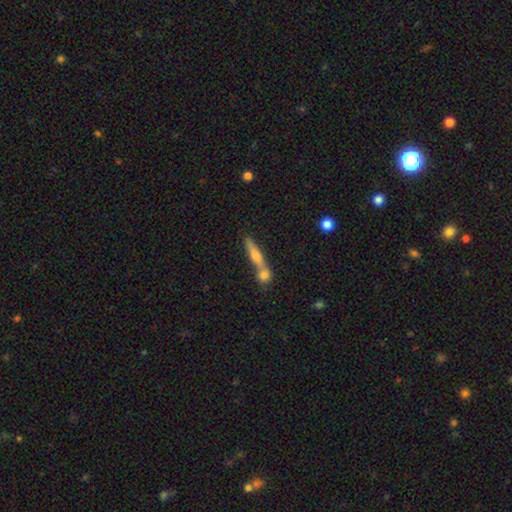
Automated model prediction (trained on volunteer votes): A featured or disk galaxy (51%) viewed edge-on (89%). Merging: none (54%).